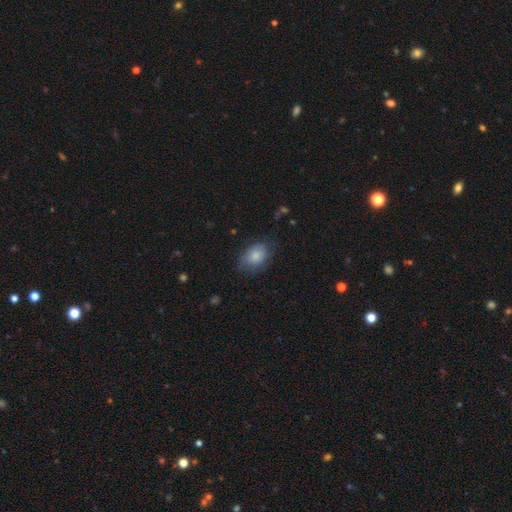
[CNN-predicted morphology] This appears to be a smooth galaxy with no disk features (80%) that is in between round and cigar-shaped (79%). Merging: none (67%).